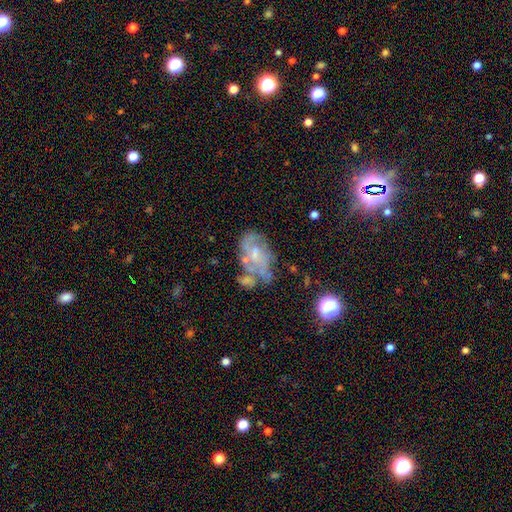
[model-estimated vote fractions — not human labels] smooth_or_featured: featured or disk (p=0.67) [alt: smooth p=0.20]
disk_edge_on: no (p=0.97) [alt: yes p=0.03]
bar: no (p=0.69) [alt: weak p=0.26]
has_spiral_arms: yes (p=0.57) [alt: no p=0.43]
bulge_size: small (p=0.44) [alt: moderate p=0.29]
merging: none (p=0.41) [alt: minor disturbance p=0.23]